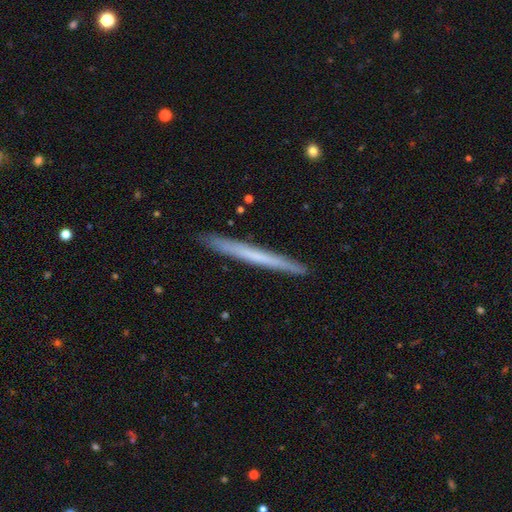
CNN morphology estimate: Smooth or featured? smooth (50%)
How rounded? cigar-shaped (98%)
Merging? none (91%)